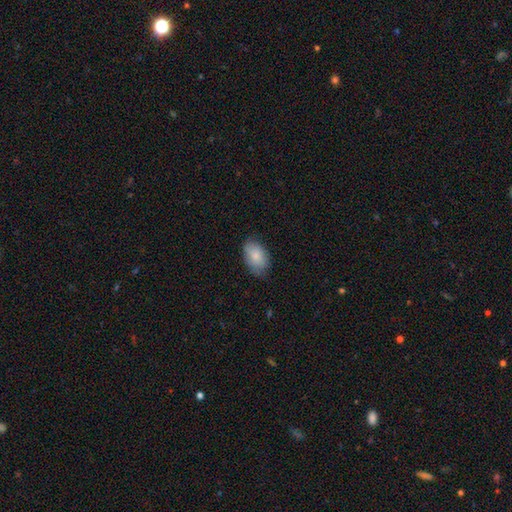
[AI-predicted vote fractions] This appears to be a smooth galaxy with no disk features (83%) that is in between round and cigar-shaped (90%). Merging: none (75%).